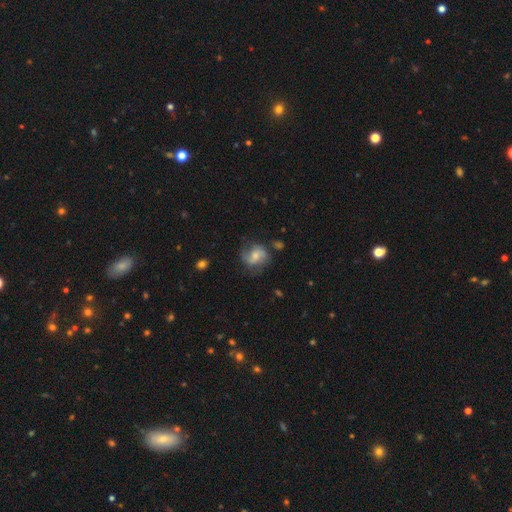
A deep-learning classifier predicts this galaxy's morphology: This appears to be a featured or disk galaxy (54%) with no bar (49%), spiral arms (83%) and a moderate central bulge (45%). Merging: none (61%).